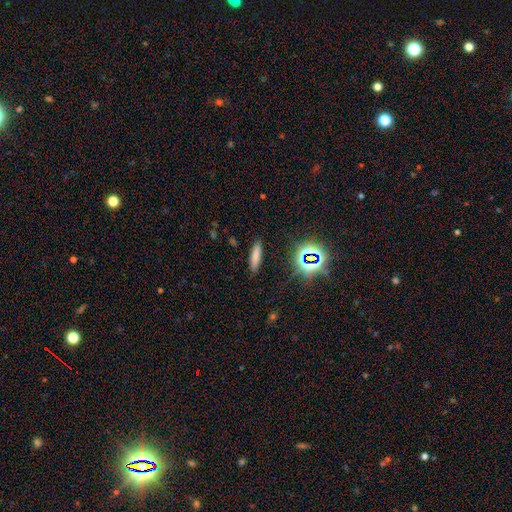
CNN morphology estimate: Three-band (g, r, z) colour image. It shows a smooth galaxy with no disk features (70%) that is cigar-shaped (71%). Merging: none (87%).